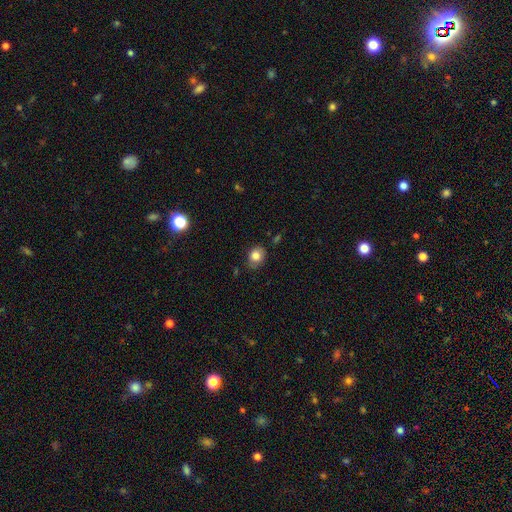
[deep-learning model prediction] Overall: smooth (80%). How rounded: round (53%; in between 46%). Merging: none (78%).